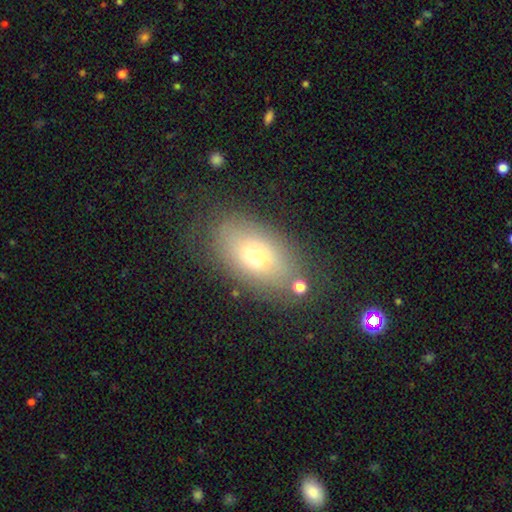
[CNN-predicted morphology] Smooth or featured? Predicted: smooth (p=0.65). How rounded? Predicted: in between (p=0.85). Merging? Predicted: none (p=0.73).